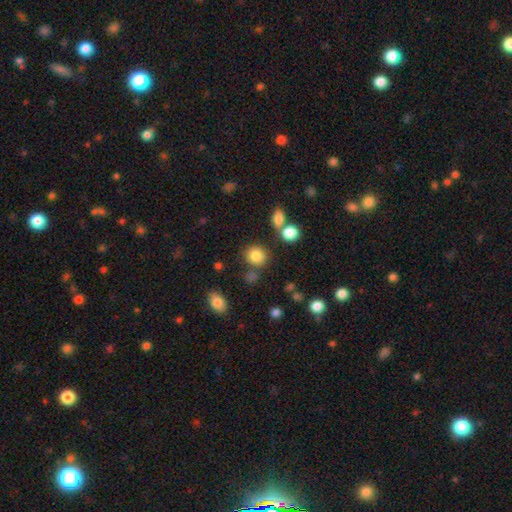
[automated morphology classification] Overall: smooth (83%). How rounded: round (80%). Merging: none (73%).